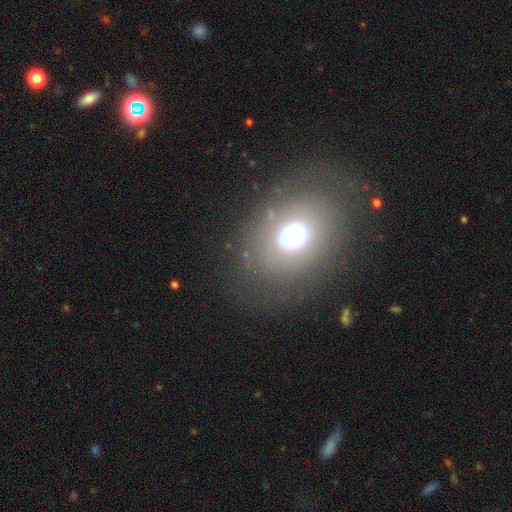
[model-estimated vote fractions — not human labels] This appears to be a featured or disk galaxy (45%). Merging: none (81%).